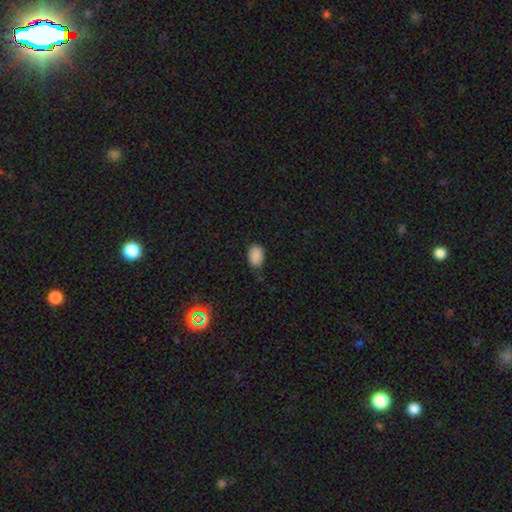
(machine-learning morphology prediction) smooth-or-featured: smooth: 87% | star or artifact: 10% | featured or disk: 3%
  how-rounded: in between: 85% | round: 14% | cigar-shaped: 1%
  merging: none: 77% | minor disturbance: 18% | major disturbance: 3% | merger: 1%